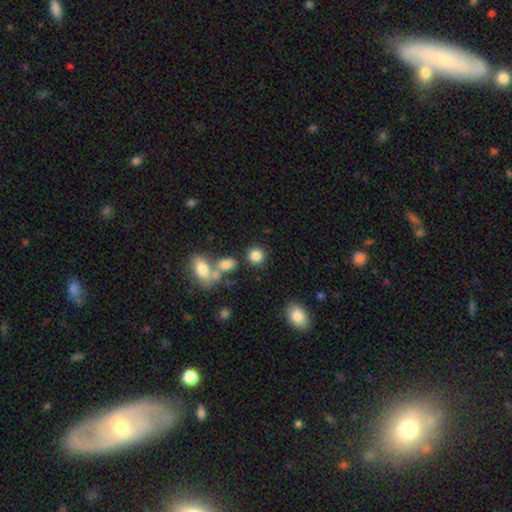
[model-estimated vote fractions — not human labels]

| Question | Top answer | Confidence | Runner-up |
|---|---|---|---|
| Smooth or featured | smooth | 84% | star or artifact (10%) |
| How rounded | round | 81% | in between (17%) |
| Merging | none | 75% | merger (11%) |